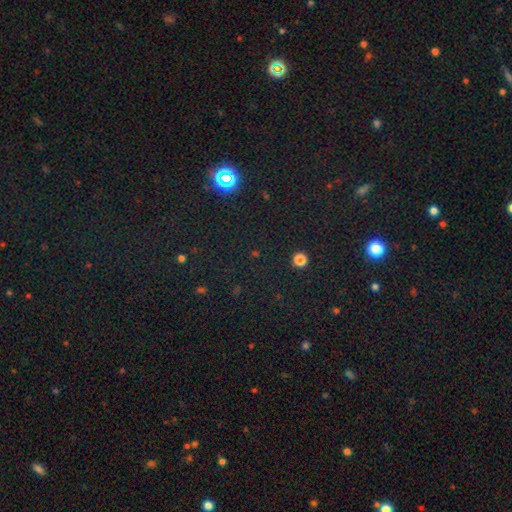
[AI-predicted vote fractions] Smooth or featured: star or artifact — 69% (smooth — 24%)